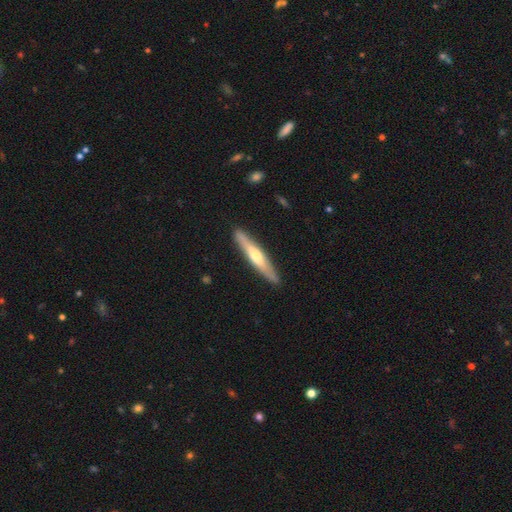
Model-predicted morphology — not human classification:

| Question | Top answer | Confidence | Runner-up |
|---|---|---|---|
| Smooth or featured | featured or disk | 56% | smooth (39%) |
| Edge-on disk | yes | 92% | no (8%) |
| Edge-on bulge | rounded | 80% | none (14%) |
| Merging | none | 90% | minor disturbance (7%) |